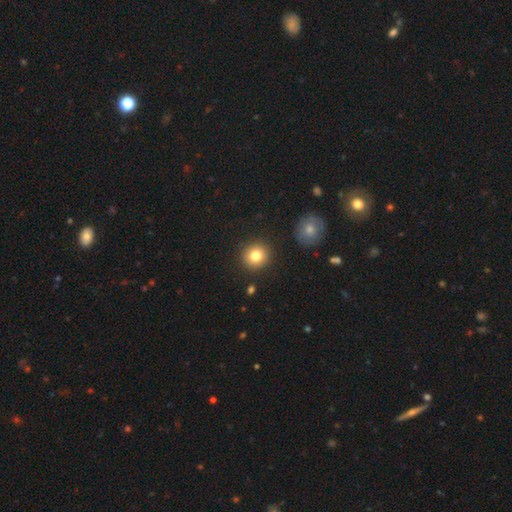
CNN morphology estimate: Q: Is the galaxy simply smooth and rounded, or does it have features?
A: smooth — 81%.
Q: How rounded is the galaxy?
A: round — 91%.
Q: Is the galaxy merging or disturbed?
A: none — 90%.